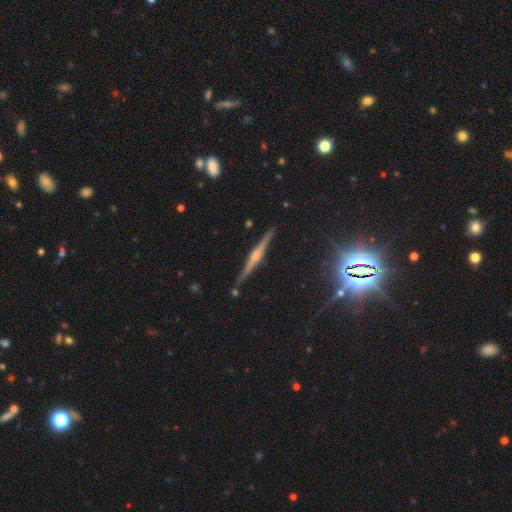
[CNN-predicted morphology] Smooth or featured: featured or disk — 77% (smooth — 12%)
Edge-on disk: yes — 98% (no — 2%)
Edge-on bulge: rounded — 80% (boxy — 12%)
Merging: none — 89% (minor disturbance — 7%)